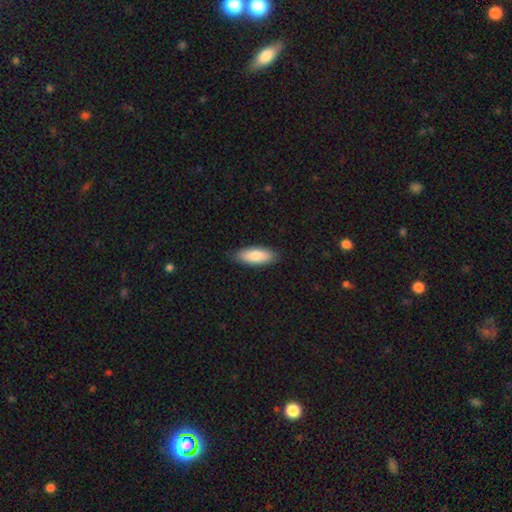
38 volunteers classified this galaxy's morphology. Smooth or featured? 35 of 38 (92%) said smooth. How rounded? 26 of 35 (74%) said in between. Merging? 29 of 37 (78%) said none.